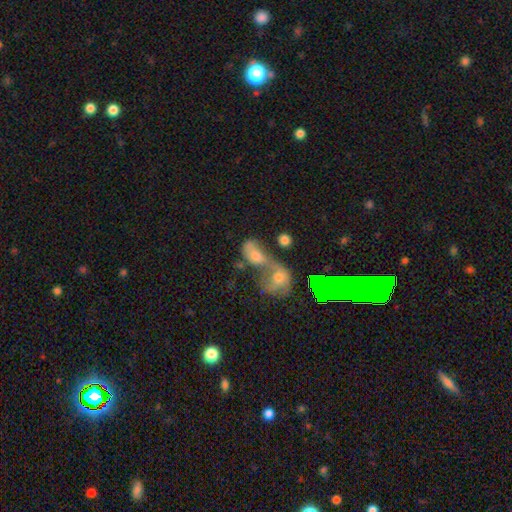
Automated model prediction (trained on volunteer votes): smooth-or-featured: smooth: 45% | featured or disk: 34% | star or artifact: 21%
  merging: merger: 70% | none: 14% | major disturbance: 9% | minor disturbance: 7%